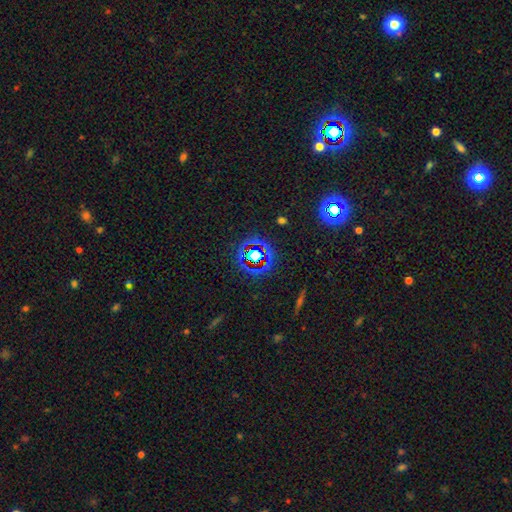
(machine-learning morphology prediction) This appears to be a star or artifact, not a galaxy (70%).